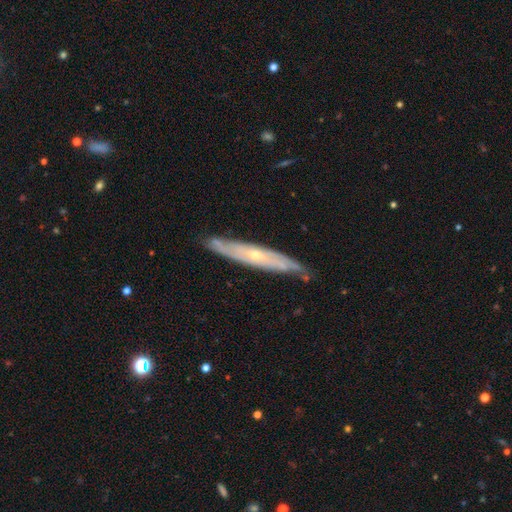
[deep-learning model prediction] A featured or disk galaxy (75%) viewed edge-on (60%). Merging: none (78%).